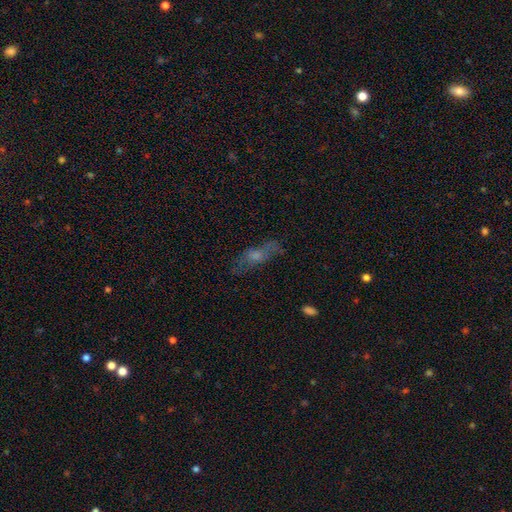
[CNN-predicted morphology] This is possibly a smooth galaxy (45%). Merging: likely none (63%).